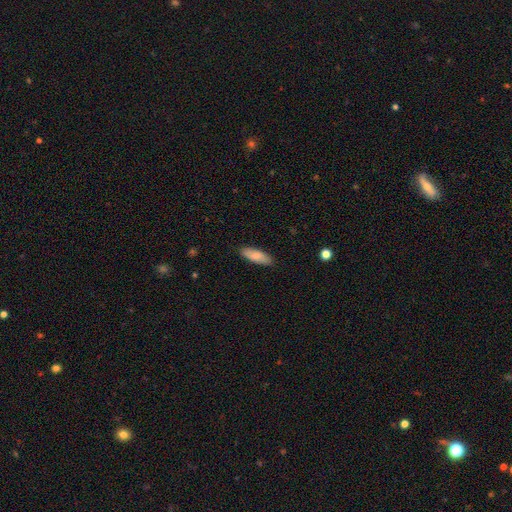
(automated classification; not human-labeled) A smooth galaxy with no disk features (81%) that is in between round and cigar-shaped (60%).

Vote fractions:
- Smooth or featured? smooth: 81% / featured or disk: 13% / star or artifact: 6%
- How rounded? in between: 60% / cigar-shaped: 38% / round: 2%
- Merging? none: 87% / minor disturbance: 10% / major disturbance: 2% / merger: 1%